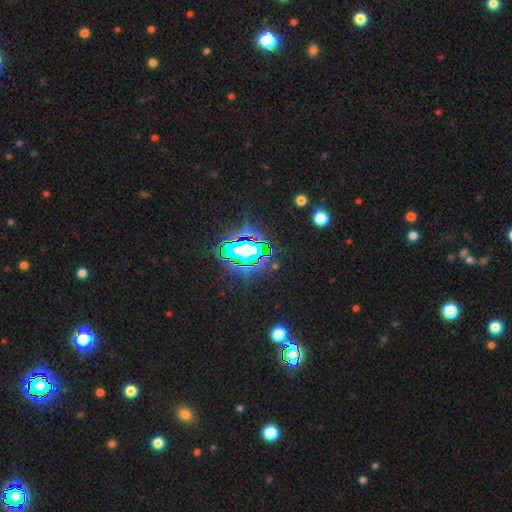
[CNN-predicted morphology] smooth_or_featured: star or artifact (p=0.79) [alt: smooth p=0.11]